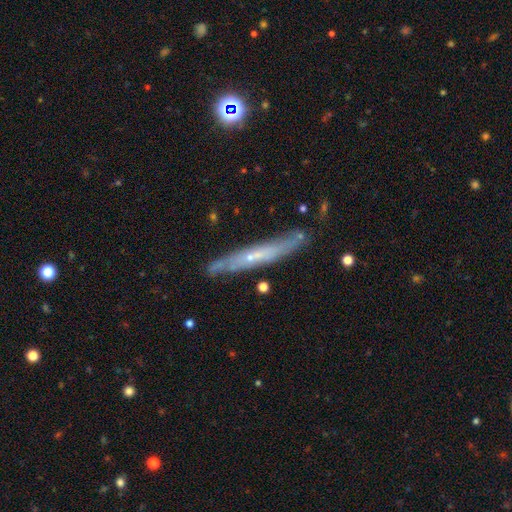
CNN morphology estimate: featured or disk 65%, smooth 29%, star or artifact 7%. Down the decision tree: edge-on disk — yes (76%); merging — none (77%).